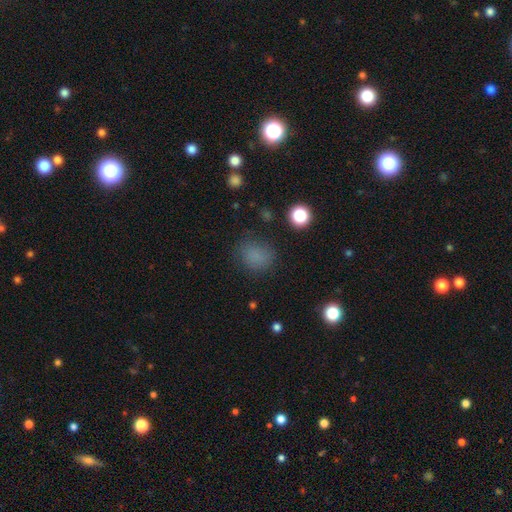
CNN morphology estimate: Smooth or featured?
  - smooth: 79% *
  - star or artifact: 16%
  - featured or disk: 5%
How rounded?
  - round: 63% *
  - in between: 35%
  - cigar-shaped: 1%
Merging?
  - none: 77% *
  - minor disturbance: 15%
  - major disturbance: 6%
  - merger: 2%